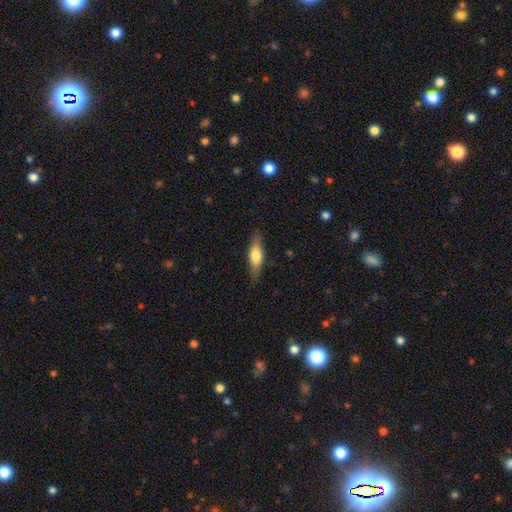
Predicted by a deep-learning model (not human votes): Smooth or featured?
  - smooth: 63% *
  - featured or disk: 30%
  - star or artifact: 6%
How rounded?
  - cigar-shaped: 49% *
  - in between: 48%
  - round: 3%
Merging?
  - none: 84% *
  - minor disturbance: 12%
  - major disturbance: 3%
  - merger: 1%